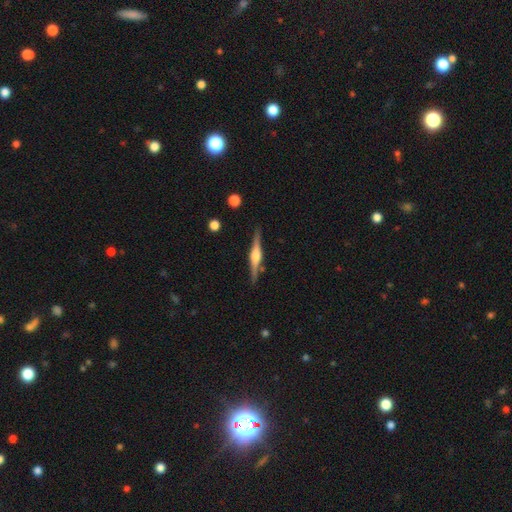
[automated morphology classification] Smooth or featured? Predicted: featured or disk (p=0.80). Edge-on disk? Predicted: yes (p=0.98). Edge-on bulge? Predicted: rounded (p=0.85). Merging? Predicted: none (p=0.88).